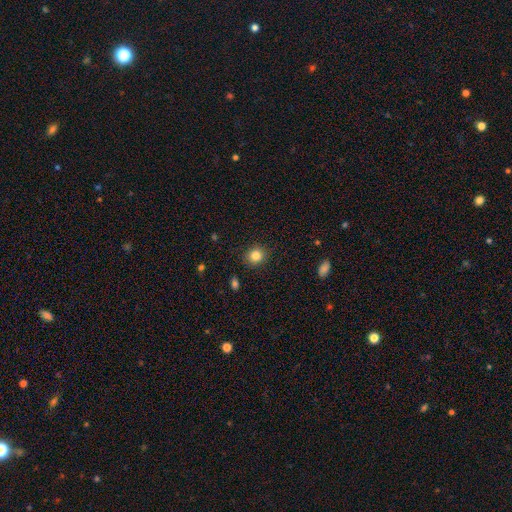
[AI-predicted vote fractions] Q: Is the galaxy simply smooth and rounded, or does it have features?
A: smooth — 84%.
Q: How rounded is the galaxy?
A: round — 82%.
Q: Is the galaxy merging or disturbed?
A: none — 90%.